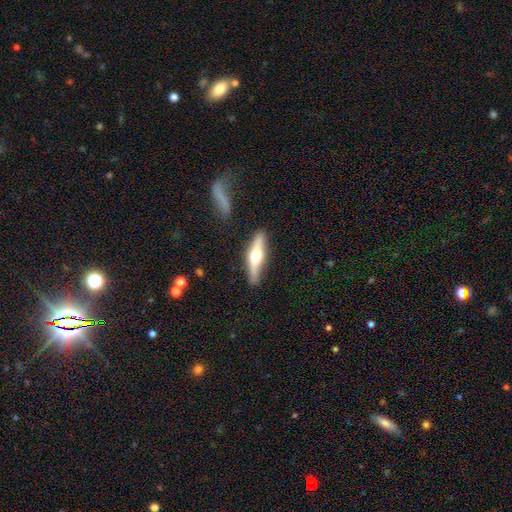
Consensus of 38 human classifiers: smooth-or-featured: smooth: 53% | featured or disk: 42% | star or artifact: 5%
  how-rounded: cigar-shaped: 90% | in between: 10% | round: 0%
  merging: none: 83% | minor disturbance: 17% | major disturbance: 0% | merger: 0%